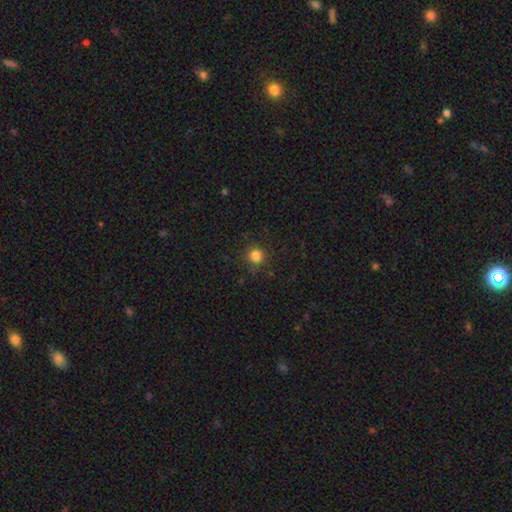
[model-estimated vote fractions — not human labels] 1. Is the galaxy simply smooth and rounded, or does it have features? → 83% smooth, 13% star or artifact, 4% featured or disk.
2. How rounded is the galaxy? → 92% round, 7% in between, 1% cigar-shaped.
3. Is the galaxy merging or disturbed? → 87% none, 9% minor disturbance, 3% major disturbance, 1% merger.